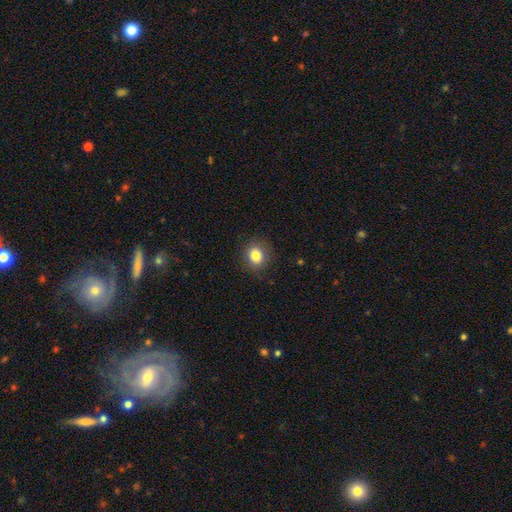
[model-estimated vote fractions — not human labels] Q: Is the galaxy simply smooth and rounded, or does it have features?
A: smooth — 83%.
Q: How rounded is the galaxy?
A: round — 68%.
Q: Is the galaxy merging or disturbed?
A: none — 87%.